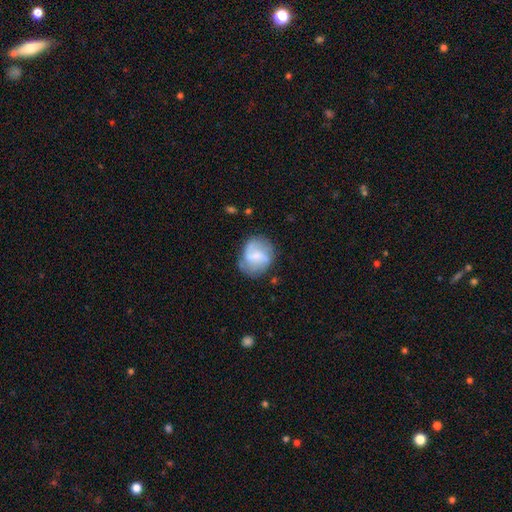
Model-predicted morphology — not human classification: A featured or disk galaxy (52%) with a weak bar (48%), spiral arms (72%) and a small central bulge (40%). Merging: none (60%).